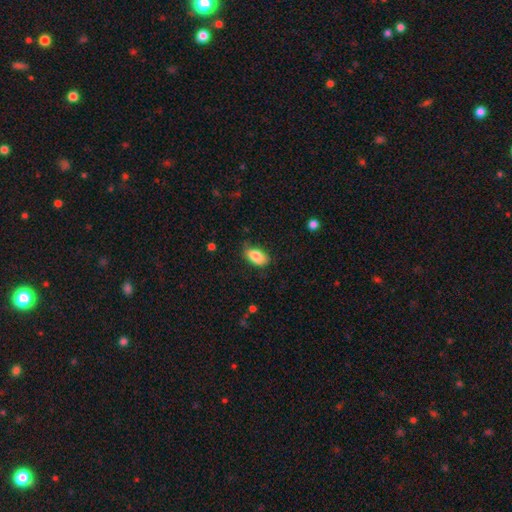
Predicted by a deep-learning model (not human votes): Smooth or featured? smooth (83%)
How rounded? in between (92%)
Merging? none (76%)